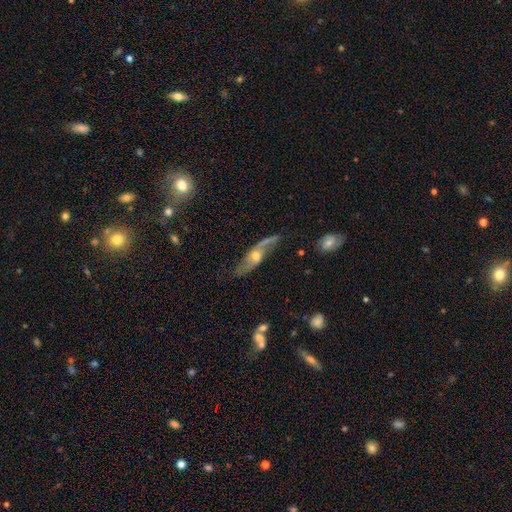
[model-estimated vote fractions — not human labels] A featured or disk galaxy (75%) with no bar (61%), spiral arms (84%) and a moderate central bulge (61%). Merging: none (56%).